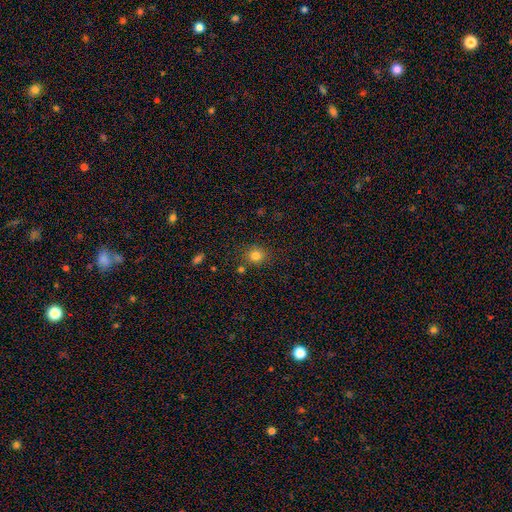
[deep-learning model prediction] smooth-or-featured: smooth: 82% | star or artifact: 13% | featured or disk: 6%
  how-rounded: round: 82% | in between: 17% | cigar-shaped: 1%
  merging: none: 82% | minor disturbance: 9% | merger: 5% | major disturbance: 3%